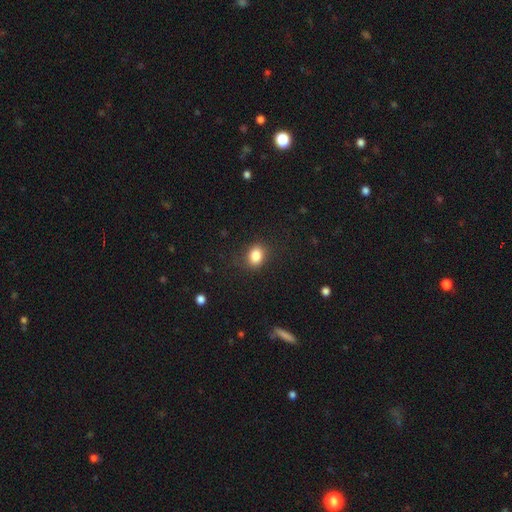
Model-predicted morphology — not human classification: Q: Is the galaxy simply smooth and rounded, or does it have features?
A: smooth — 85%.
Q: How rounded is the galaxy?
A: in between — 61%.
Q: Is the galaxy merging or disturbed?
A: none — 83%.